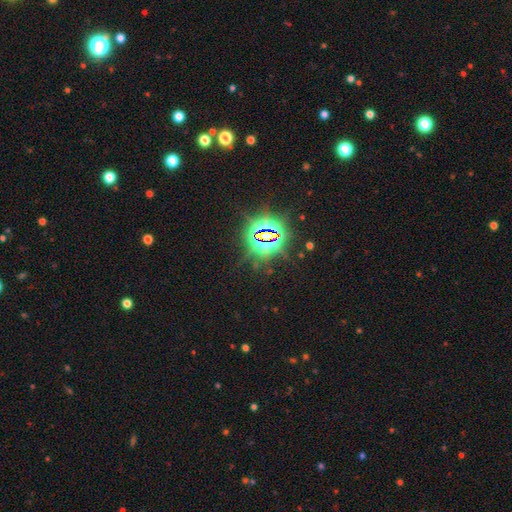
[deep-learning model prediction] smooth-or-featured: star or artifact: 84% | smooth: 9% | featured or disk: 7%